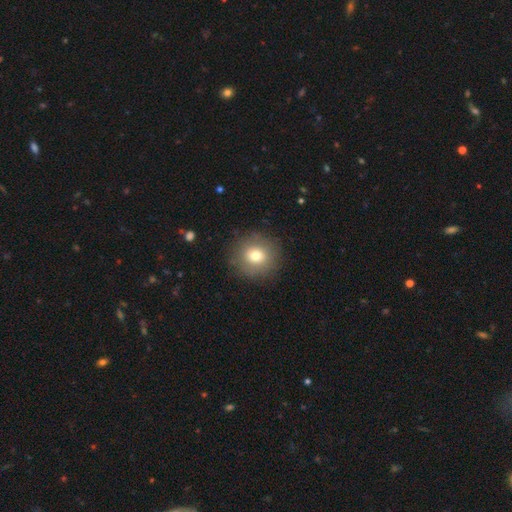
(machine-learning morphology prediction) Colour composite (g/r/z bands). It shows a smooth galaxy with no disk features (76%) that is round (91%). Merging: none (87%).